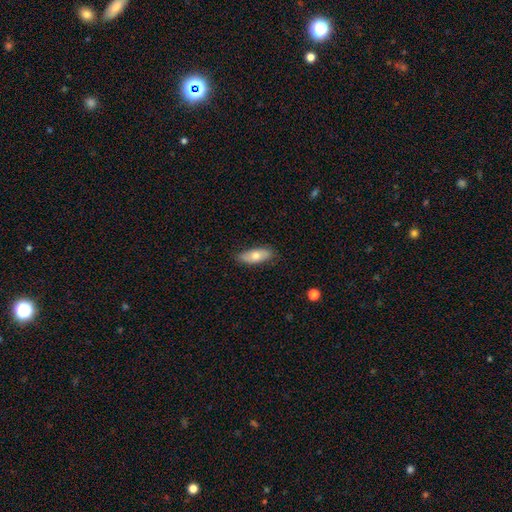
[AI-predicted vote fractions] Morphology: type=smooth (69%); roundness=in between (77%); merging=none (81%).